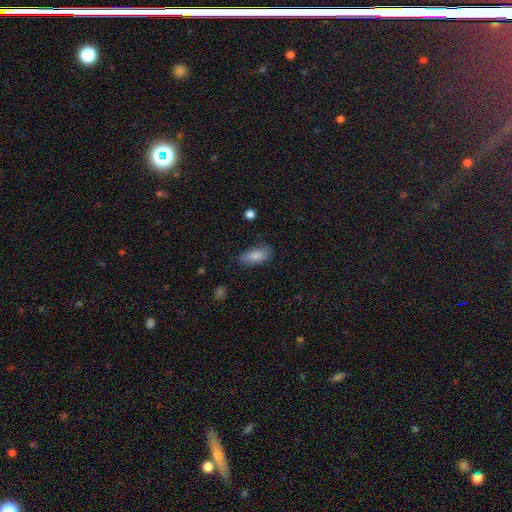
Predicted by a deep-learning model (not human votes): Smooth or featured? smooth (87%)
How rounded? in between (87%)
Merging? none (80%)